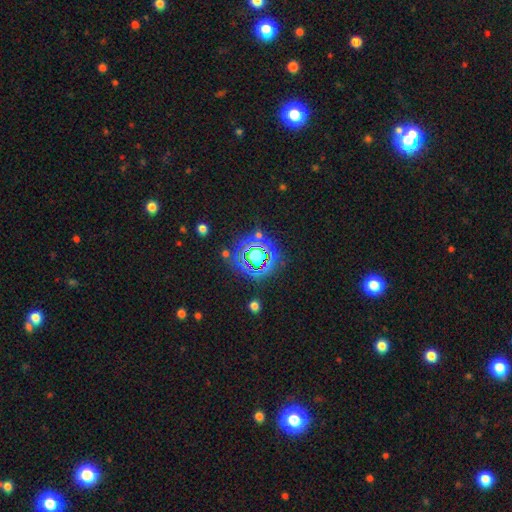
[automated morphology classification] Smooth or featured?
  - star or artifact: 56% *
  - smooth: 30%
  - featured or disk: 15%